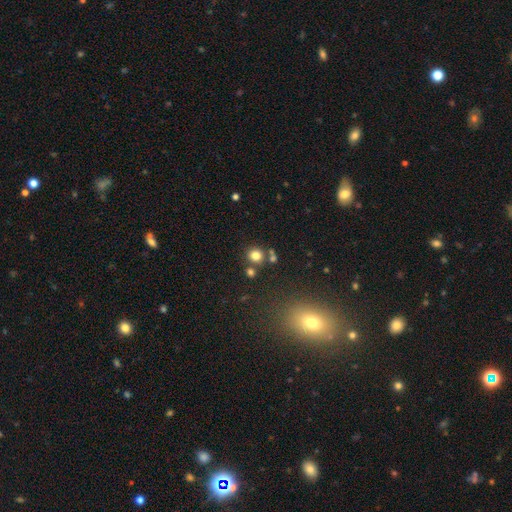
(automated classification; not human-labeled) Smooth or featured?
  - smooth: 79% *
  - star or artifact: 14%
  - featured or disk: 7%
How rounded?
  - round: 86% *
  - in between: 14%
  - cigar-shaped: 1%
Merging?
  - none: 73% *
  - merger: 15%
  - minor disturbance: 9%
  - major disturbance: 3%